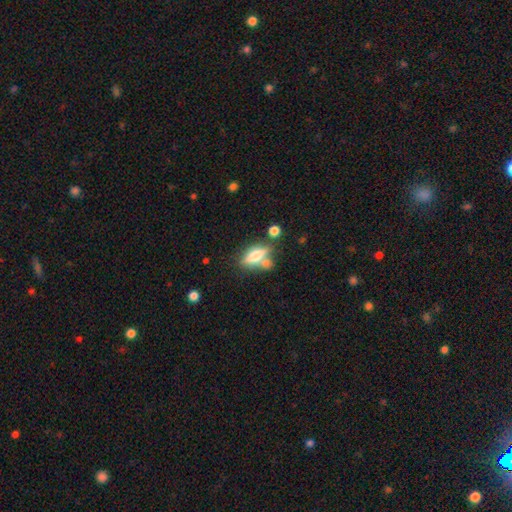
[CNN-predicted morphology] The model was most divided on "smooth or featured": smooth: 52%, featured or disk: 40%, star or artifact: 8%. More confident: merging — none (55%); how rounded — in between (54%).